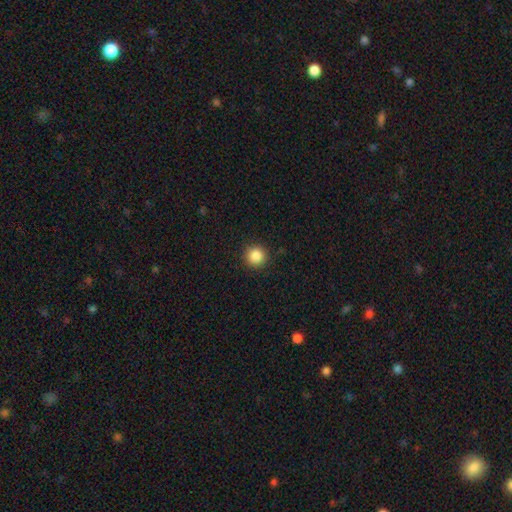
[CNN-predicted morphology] Smooth or featured: smooth — 87% (star or artifact — 10%)
How rounded: round — 95% (in between — 4%)
Merging: none — 92% (minor disturbance — 5%)